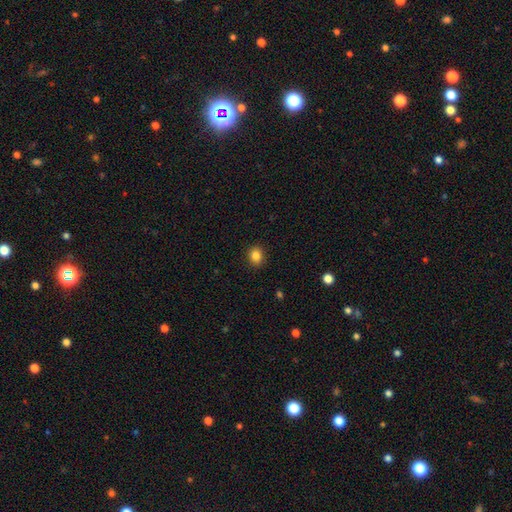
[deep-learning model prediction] Smooth or featured? smooth (84%)
How rounded? round (67%)
Merging? none (90%)